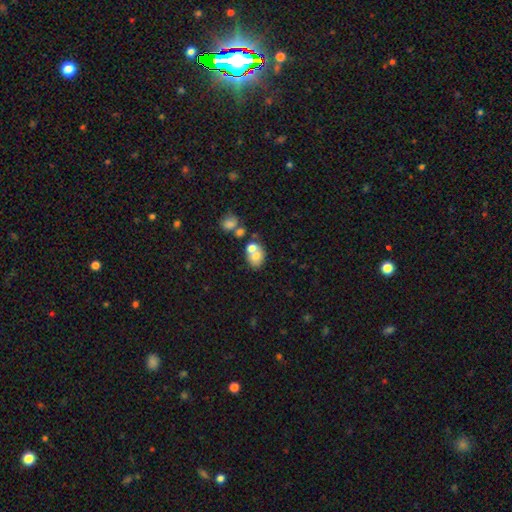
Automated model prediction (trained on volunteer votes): The model was most divided on "how rounded": in between: 54%, round: 45%, cigar-shaped: 1%. Remaining: smooth or featured — smooth (66%); merging — merger (47%).